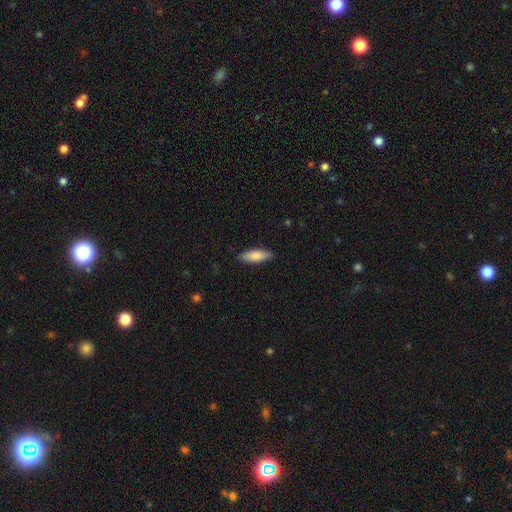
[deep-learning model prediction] Smooth or featured?
  - smooth: 82% *
  - featured or disk: 12%
  - star or artifact: 5%
How rounded?
  - in between: 53% *
  - cigar-shaped: 45%
  - round: 2%
Merging?
  - none: 88% *
  - minor disturbance: 9%
  - major disturbance: 2%
  - merger: 1%